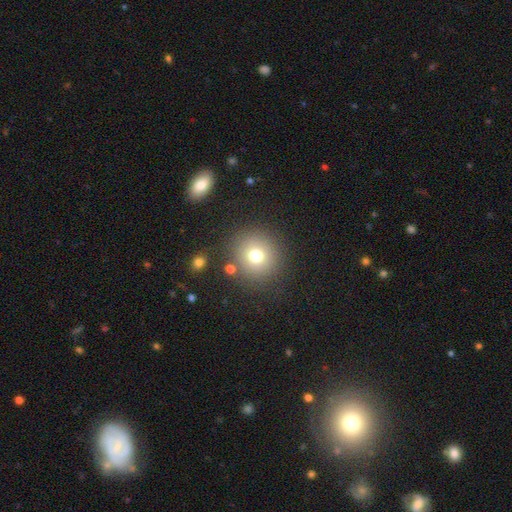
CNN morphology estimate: Smooth or featured? Predicted: smooth (p=0.74). How rounded? Predicted: round (p=0.93). Merging? Predicted: none (p=0.84).